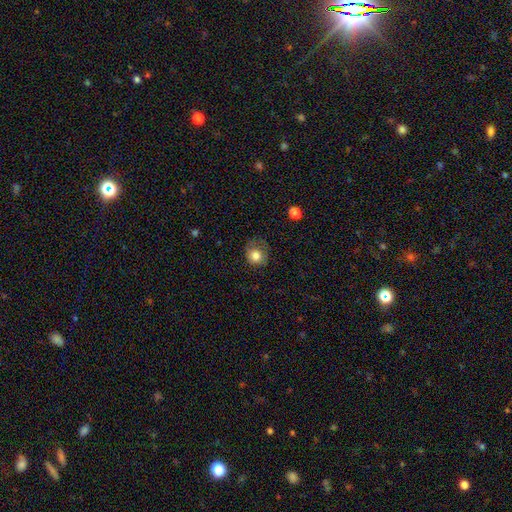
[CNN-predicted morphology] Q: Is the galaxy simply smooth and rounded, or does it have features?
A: smooth — 80%.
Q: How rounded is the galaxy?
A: round — 77%.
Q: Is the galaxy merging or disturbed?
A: none — 52%.